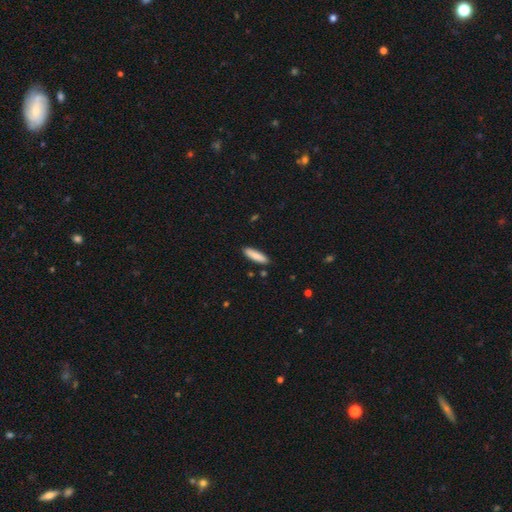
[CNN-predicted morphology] A smooth galaxy with no disk features (85%) that is cigar-shaped (68%).

Vote fractions:
- Smooth or featured? smooth: 85% / featured or disk: 9% / star or artifact: 6%
- How rounded? cigar-shaped: 68% / in between: 31% / round: 1%
- Merging? none: 88% / minor disturbance: 9% / merger: 2% / major disturbance: 2%